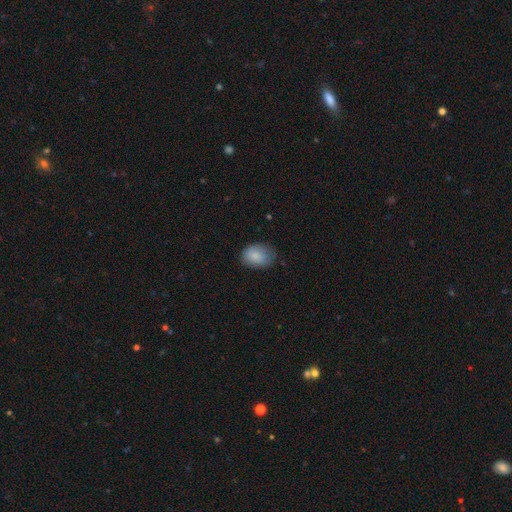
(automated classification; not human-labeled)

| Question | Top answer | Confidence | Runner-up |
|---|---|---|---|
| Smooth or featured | smooth | 87% | star or artifact (7%) |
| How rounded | in between | 75% | round (24%) |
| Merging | none | 70% | minor disturbance (24%) |